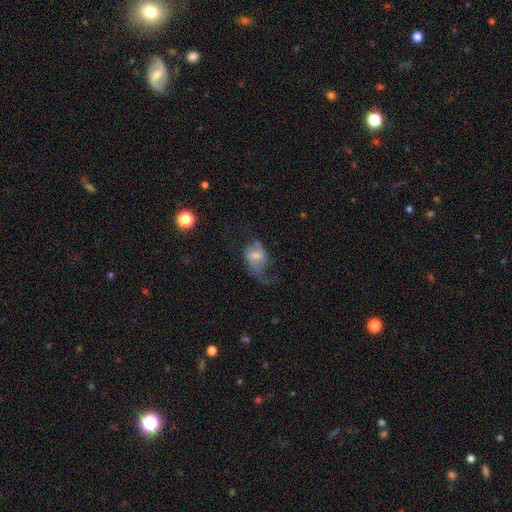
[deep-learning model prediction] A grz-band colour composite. It shows a featured or disk galaxy (55%) with no bar (48%), spiral arms (77%) and a small central bulge (45%). Merging: major disturbance (42%).